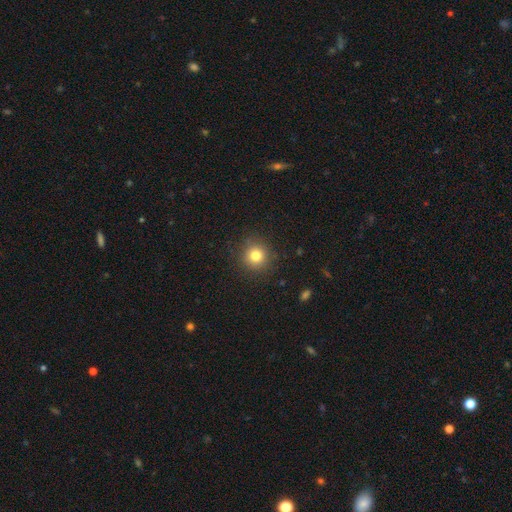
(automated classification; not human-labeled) The model was most divided on "smooth or featured": smooth: 81%, star or artifact: 13%, featured or disk: 7%. More confident: how rounded — round (94%); merging — none (90%).